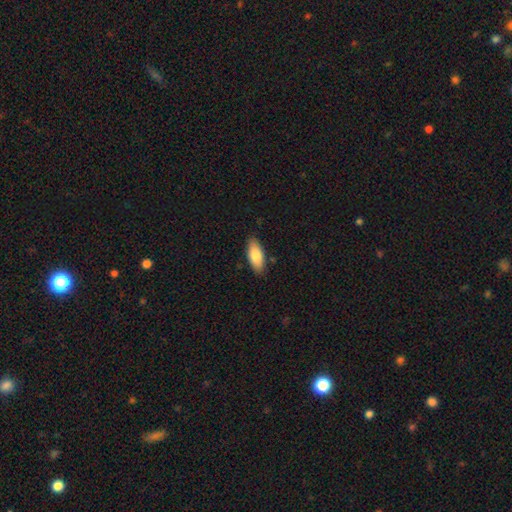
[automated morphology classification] smooth-or-featured: smooth: 83% | featured or disk: 11% | star or artifact: 6%
  how-rounded: in between: 84% | cigar-shaped: 14% | round: 2%
  merging: none: 86% | minor disturbance: 11% | major disturbance: 2% | merger: 1%